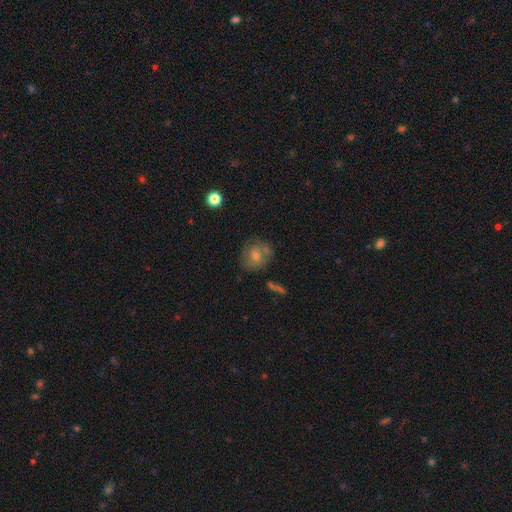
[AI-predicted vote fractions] Smooth or featured: smooth — 58% (featured or disk — 33%)
How rounded: round — 73% (in between — 26%)
Merging: none — 60% (minor disturbance — 20%)